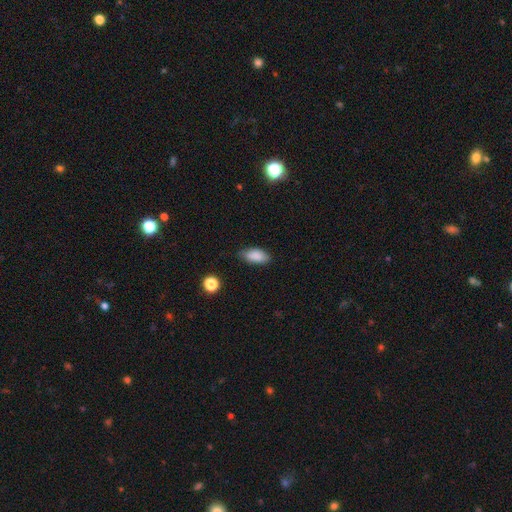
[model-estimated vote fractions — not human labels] Morphology: type=smooth (87%); roundness=in between (89%); merging=none (77%).